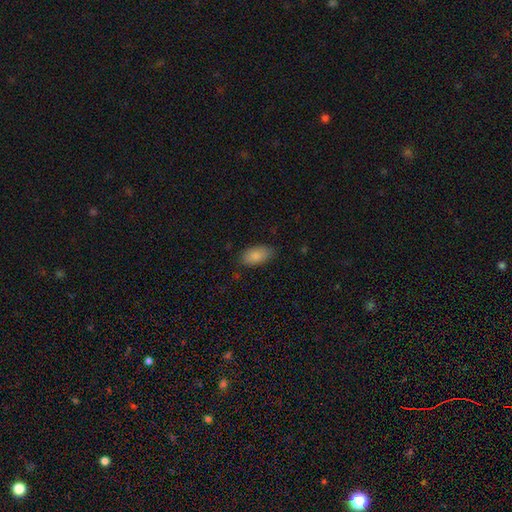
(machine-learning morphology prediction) Smooth or featured: smooth — 86% (featured or disk — 7%)
How rounded: in between — 93% (round — 3%)
Merging: none — 82% (minor disturbance — 14%)